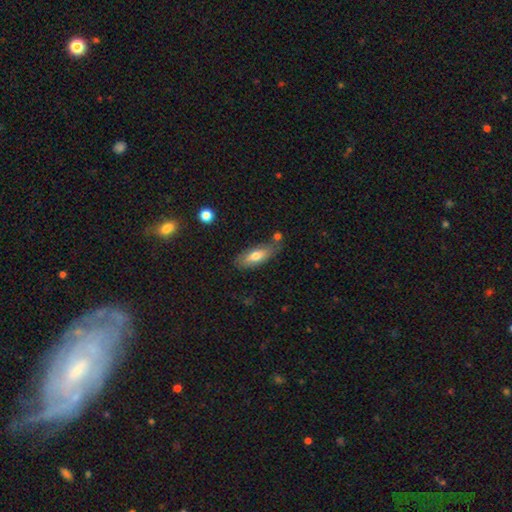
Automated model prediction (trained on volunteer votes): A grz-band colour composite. It shows a smooth galaxy with no disk features (68%) that is in between round and cigar-shaped (70%). Merging: none (67%).